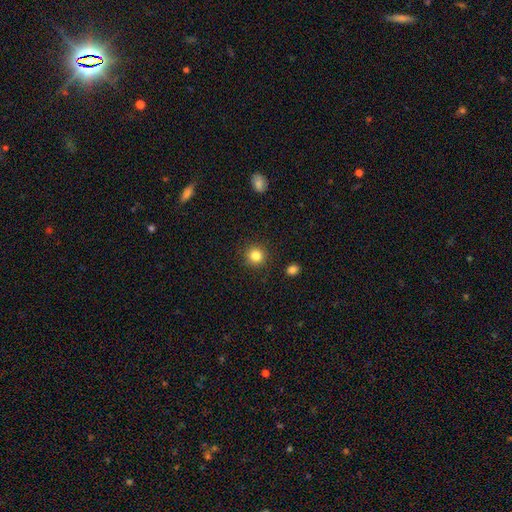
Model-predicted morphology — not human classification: smooth_or_featured: smooth (p=0.84) [alt: star or artifact p=0.11]
how_rounded: round (p=0.93) [alt: in between p=0.06]
merging: none (p=0.91) [alt: minor disturbance p=0.06]